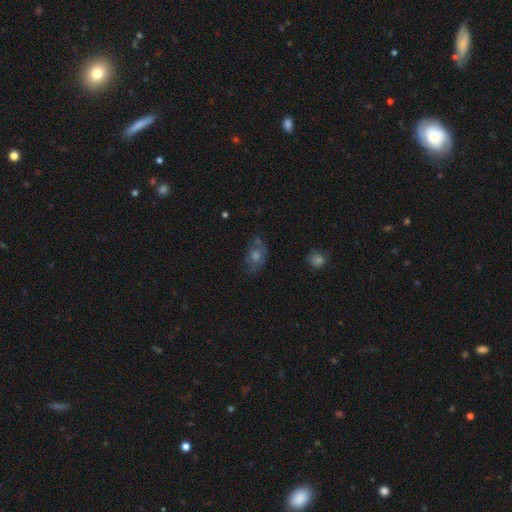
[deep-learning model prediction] The model was most divided on "smooth or featured": smooth: 45%, featured or disk: 37%, star or artifact: 19%. More confident: merging — none (57%).